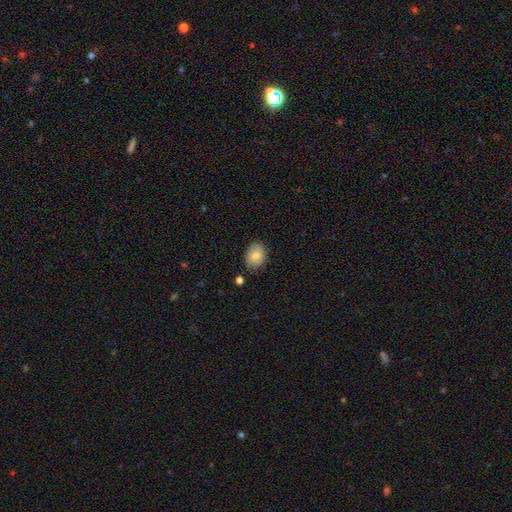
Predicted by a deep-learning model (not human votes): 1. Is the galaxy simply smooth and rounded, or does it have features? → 80% smooth, 13% featured or disk, 8% star or artifact.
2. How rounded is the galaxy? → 61% in between, 38% round, 1% cigar-shaped.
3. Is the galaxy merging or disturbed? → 82% none, 13% minor disturbance, 3% major disturbance, 2% merger.